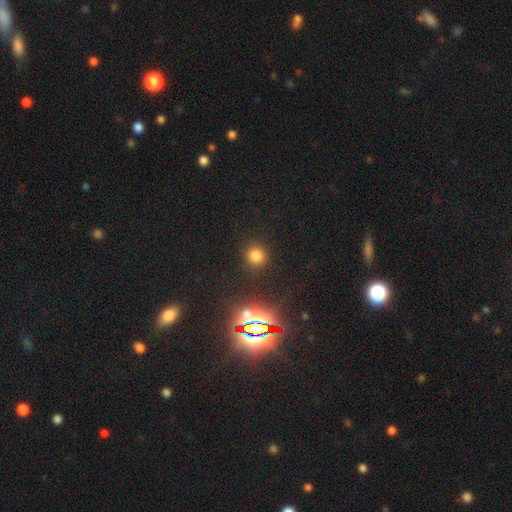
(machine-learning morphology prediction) smooth_or_featured: smooth (p=0.73) [alt: star or artifact p=0.21]
how_rounded: round (p=0.92) [alt: in between p=0.07]
merging: none (p=0.89) [alt: minor disturbance p=0.06]